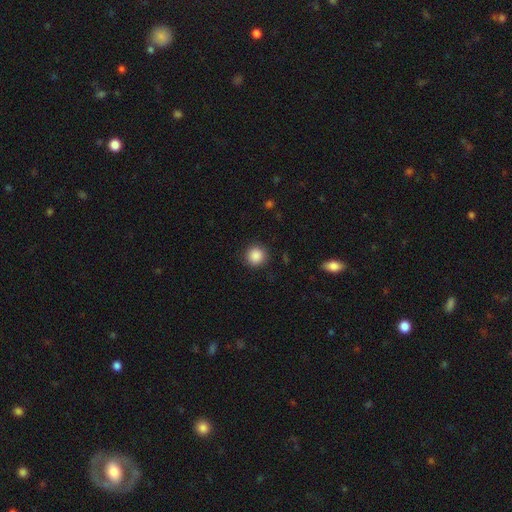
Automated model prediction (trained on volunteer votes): smooth 88%, star or artifact 10%, featured or disk 3%. Down the decision tree: how rounded — round (94%); merging — none (90%).